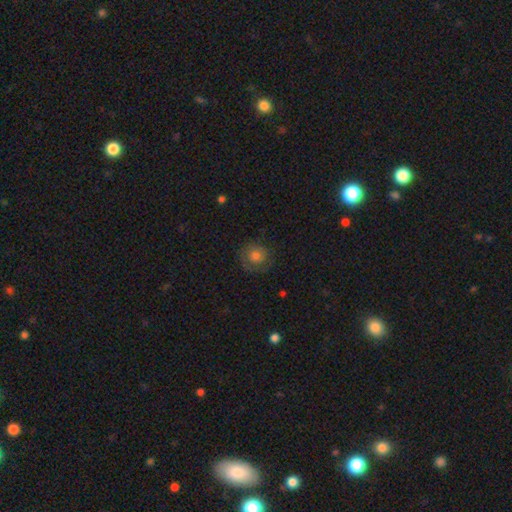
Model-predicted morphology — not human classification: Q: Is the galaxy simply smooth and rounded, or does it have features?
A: smooth — 65%.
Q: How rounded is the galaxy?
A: round — 89%.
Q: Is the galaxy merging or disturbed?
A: none — 74%.